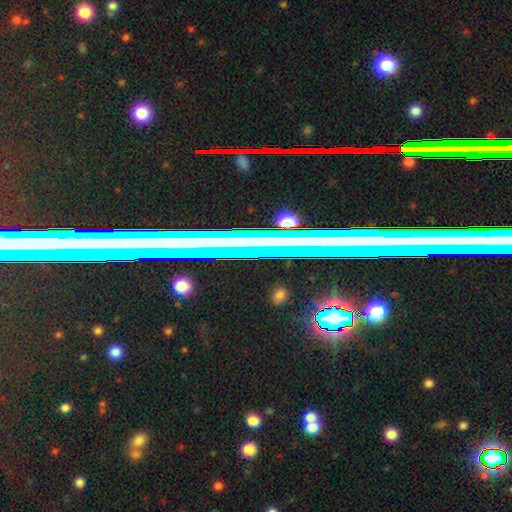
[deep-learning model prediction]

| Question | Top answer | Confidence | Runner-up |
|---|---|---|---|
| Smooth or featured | star or artifact | 63% | featured or disk (25%) |